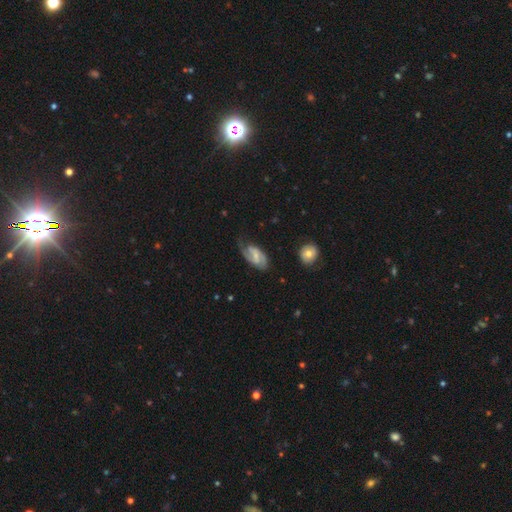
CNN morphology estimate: A featured or disk galaxy (73%) with a weak bar (50%), 2 (66%) medium (45%) spiral arms (90%) and a small central bulge (56%). Merging: none (52%).